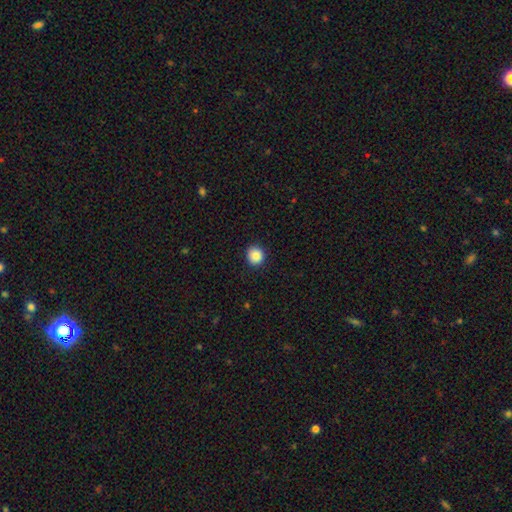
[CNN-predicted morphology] A smooth galaxy with no disk features (88%) that is round (89%). Merging: none (90%).